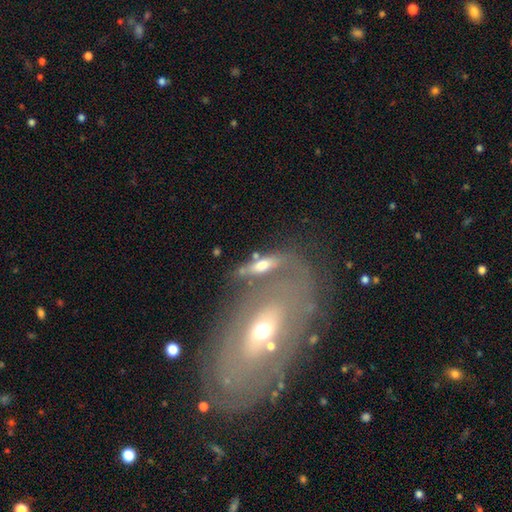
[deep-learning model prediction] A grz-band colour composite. It shows a featured or disk galaxy (72%) with no bar (54%), spiral arms (64%) and a moderate central bulge (51%). Merging: none (68%).